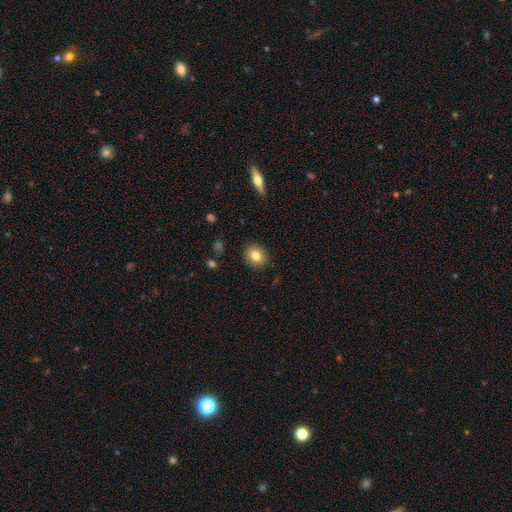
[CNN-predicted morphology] The model was most divided on "how rounded": round: 69%, in between: 30%, cigar-shaped: 1%. More confident: merging — none (90%); smooth or featured — smooth (80%).